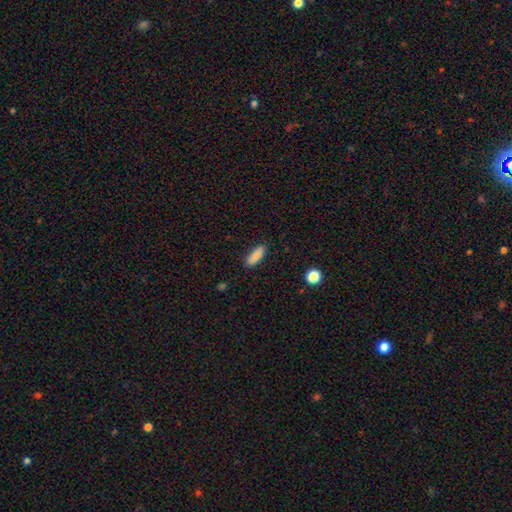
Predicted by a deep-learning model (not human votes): Smooth or featured? Predicted: smooth (p=0.86). How rounded? Predicted: in between (p=0.56). Merging? Predicted: none (p=0.87).